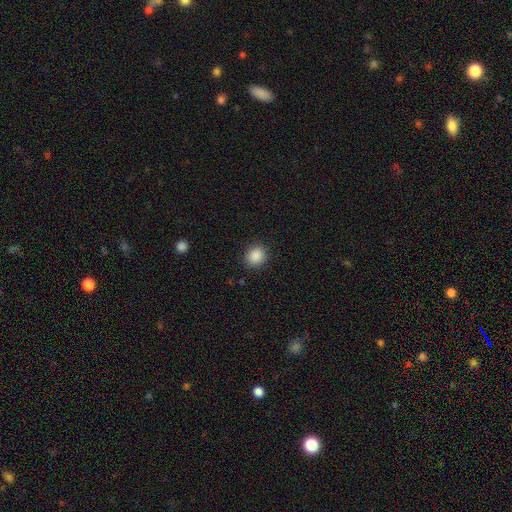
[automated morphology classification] Smooth or featured? smooth (88%)
How rounded? round (81%)
Merging? none (90%)